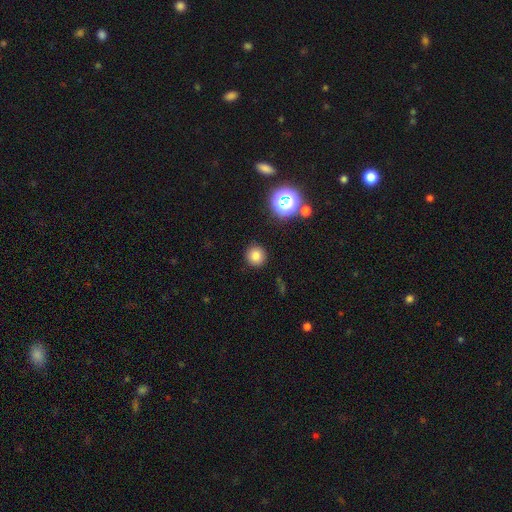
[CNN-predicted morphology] smooth_or_featured: smooth (p=0.78) [alt: star or artifact p=0.16]
how_rounded: round (p=0.93) [alt: in between p=0.06]
merging: none (p=0.90) [alt: minor disturbance p=0.06]